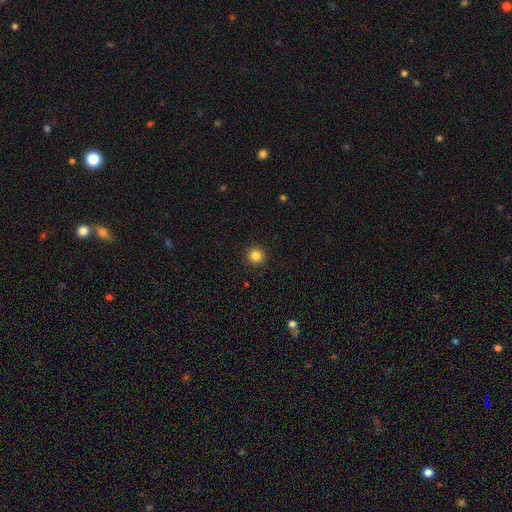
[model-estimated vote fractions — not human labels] This is clearly a smooth galaxy (84%). How rounded: clearly round (95%). Merging: clearly none (93%).